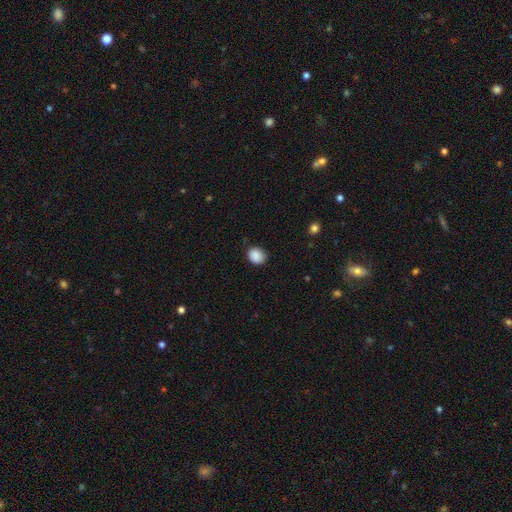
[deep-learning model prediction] Smooth or featured?
  - smooth: 89% *
  - star or artifact: 9%
  - featured or disk: 3%
How rounded?
  - round: 58% *
  - in between: 41%
  - cigar-shaped: 1%
Merging?
  - none: 81% *
  - minor disturbance: 15%
  - major disturbance: 3%
  - merger: 1%